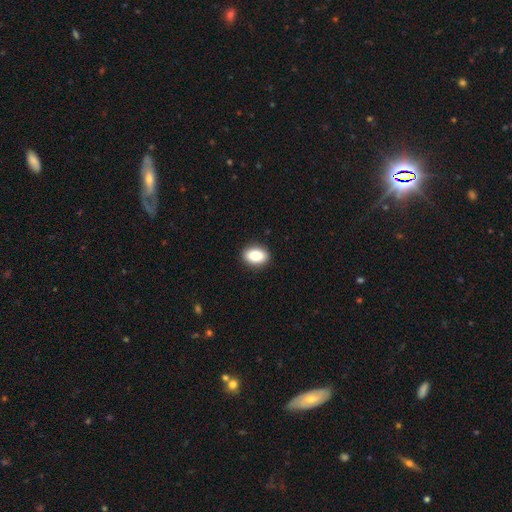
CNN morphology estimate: This appears to be a smooth galaxy with no disk features (85%) that is in between round and cigar-shaped (82%). Merging: none (90%).